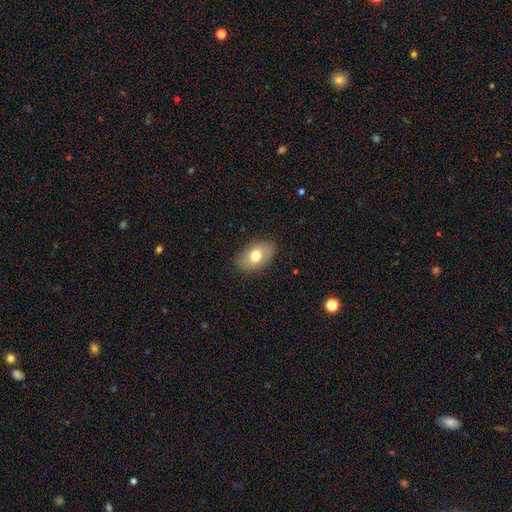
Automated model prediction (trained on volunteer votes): Overall: smooth (73%). How rounded: in between (89%). Merging: none (86%).